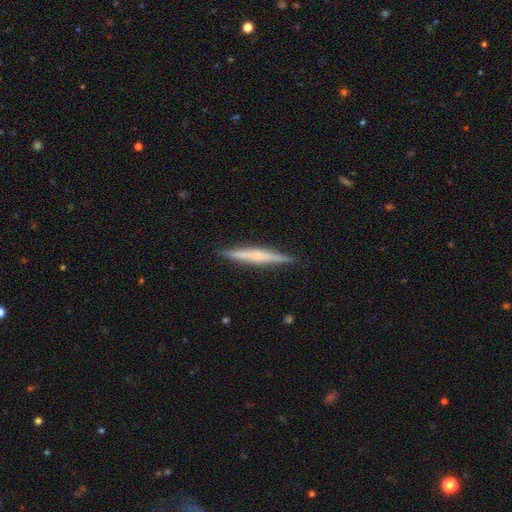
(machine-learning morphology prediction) smooth_or_featured: featured or disk (p=0.57) [alt: smooth p=0.37]
disk_edge_on: yes (p=0.97) [alt: no p=0.03]
edge_on_bulge: none (p=0.46) [alt: rounded p=0.37]
merging: none (p=0.90) [alt: minor disturbance p=0.08]